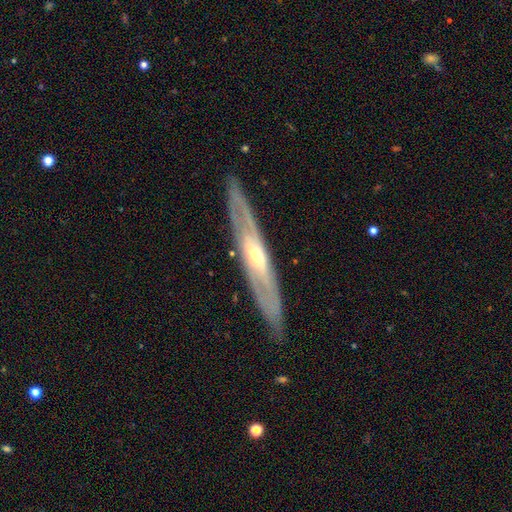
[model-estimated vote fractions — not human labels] This appears to be a featured or disk galaxy (79%) viewed edge-on (56%). Merging: none (85%).